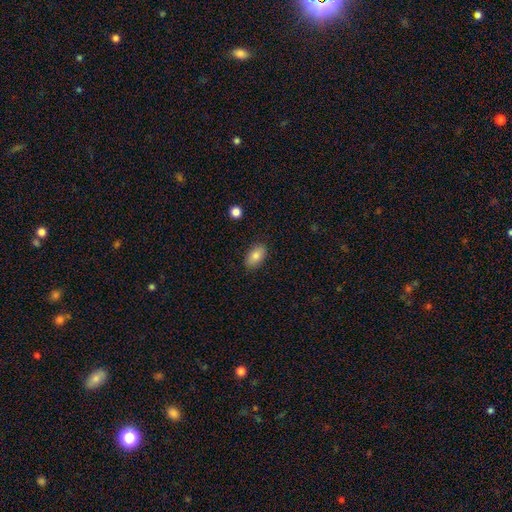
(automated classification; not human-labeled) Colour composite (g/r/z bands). It shows a smooth galaxy with no disk features (82%) that is in between round and cigar-shaped (91%). Merging: none (86%).